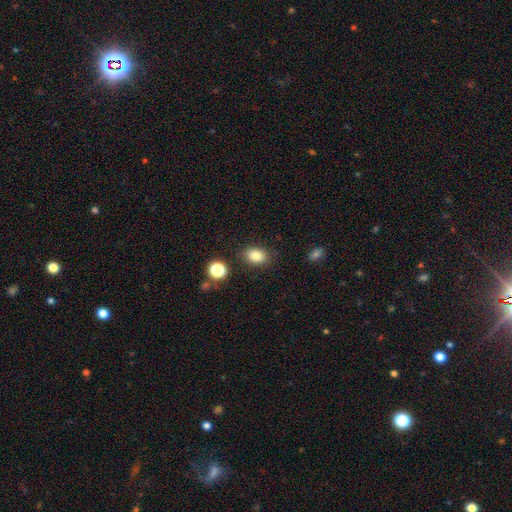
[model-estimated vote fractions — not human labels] Smooth or featured: smooth — 84% (star or artifact — 10%)
How rounded: in between — 72% (round — 26%)
Merging: none — 84% (minor disturbance — 10%)